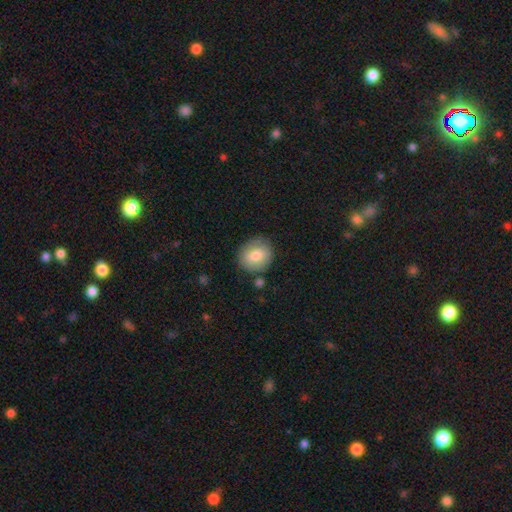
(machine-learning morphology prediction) smooth-or-featured: smooth: 79% | featured or disk: 14% | star or artifact: 7%
  how-rounded: round: 73% | in between: 26% | cigar-shaped: 1%
  merging: none: 80% | minor disturbance: 13% | merger: 4% | major disturbance: 3%